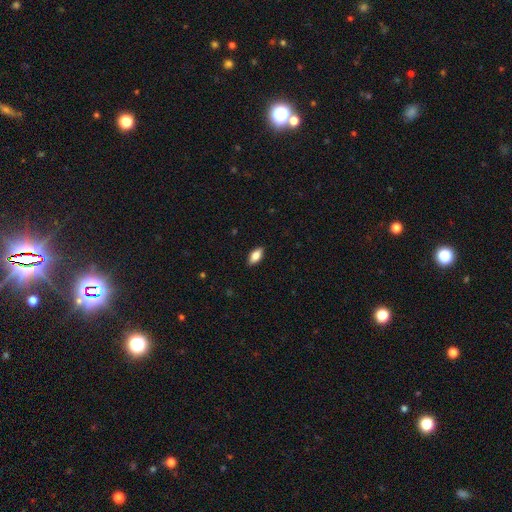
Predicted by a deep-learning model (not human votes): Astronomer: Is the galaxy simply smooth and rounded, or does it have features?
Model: smooth — 81%.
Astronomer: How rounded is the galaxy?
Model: in between — 88%.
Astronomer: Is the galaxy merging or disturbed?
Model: none — 88%.